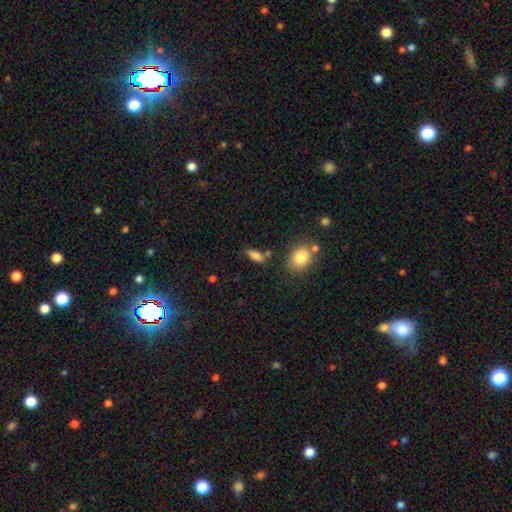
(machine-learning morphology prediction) A smooth galaxy with no disk features (81%) that is in between round and cigar-shaped (72%). Merging: none (65%).